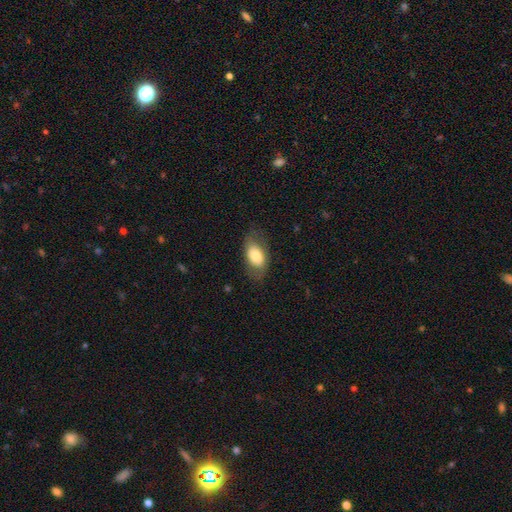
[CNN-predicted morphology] smooth 69%, featured or disk 24%, star or artifact 7%. Down the decision tree: how rounded — in between (90%); merging — none (73%).